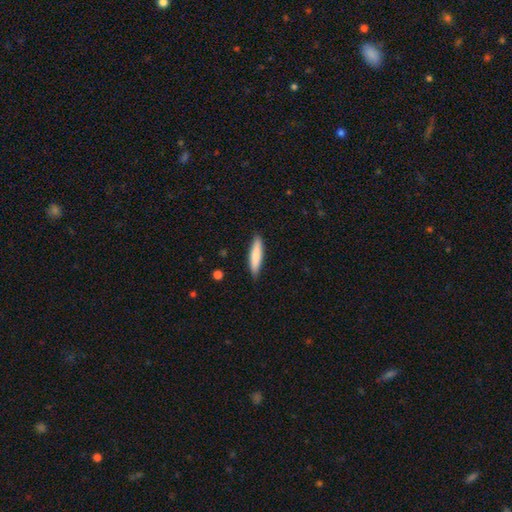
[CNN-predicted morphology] smooth-or-featured: smooth: 79% | featured or disk: 16% | star or artifact: 5%
  how-rounded: cigar-shaped: 82% | in between: 17% | round: 1%
  merging: none: 86% | minor disturbance: 11% | major disturbance: 2% | merger: 1%